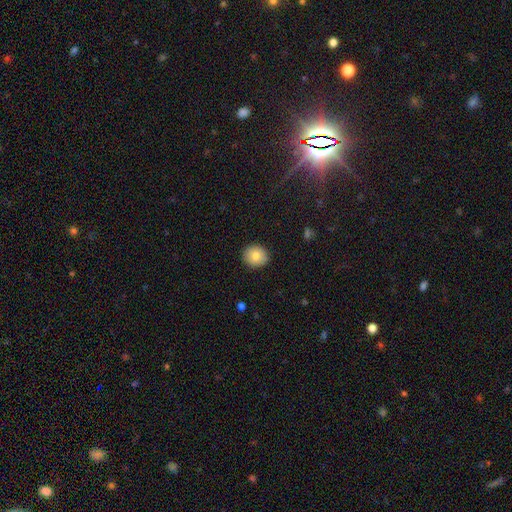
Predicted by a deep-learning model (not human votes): smooth-or-featured: smooth: 77% | featured or disk: 14% | star or artifact: 8%
  how-rounded: round: 76% | in between: 23% | cigar-shaped: 1%
  merging: none: 89% | minor disturbance: 8% | major disturbance: 2% | merger: 1%